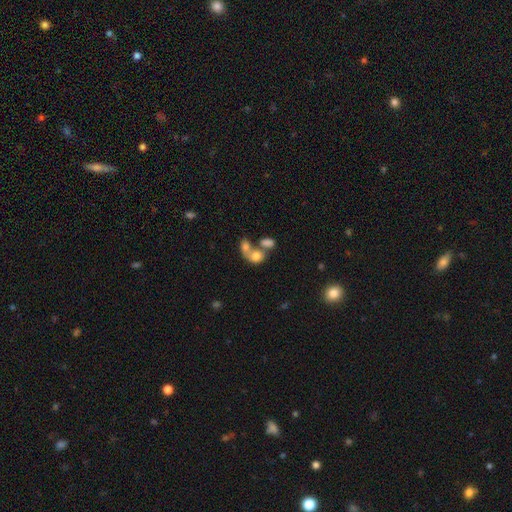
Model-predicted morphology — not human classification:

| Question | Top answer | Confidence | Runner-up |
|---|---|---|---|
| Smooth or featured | smooth | 71% | featured or disk (19%) |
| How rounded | in between | 50% | round (48%) |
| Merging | merger | 65% | none (20%) |